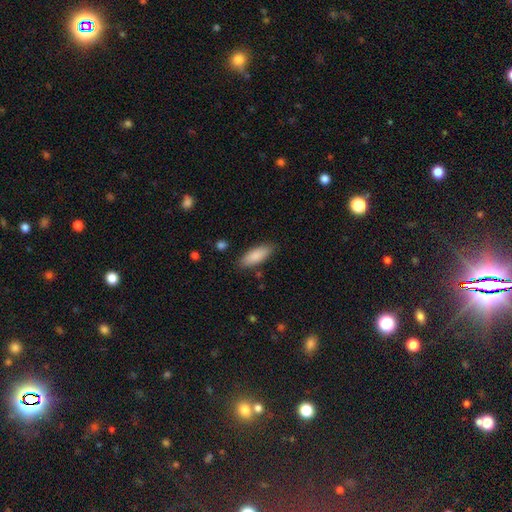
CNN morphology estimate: A smooth galaxy with no disk features (87%) that is in between round and cigar-shaped (69%).

Vote fractions:
- Smooth or featured? smooth: 87% / featured or disk: 8% / star or artifact: 6%
- How rounded? in between: 69% / cigar-shaped: 29% / round: 2%
- Merging? none: 85% / minor disturbance: 11% / major disturbance: 2% / merger: 2%